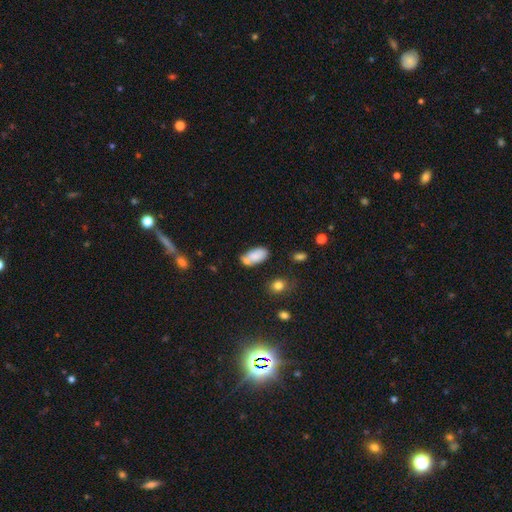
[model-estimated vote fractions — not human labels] smooth 78%, featured or disk 13%, star or artifact 9%. Down the decision tree: how rounded — in between (92%); merging — none (45%).